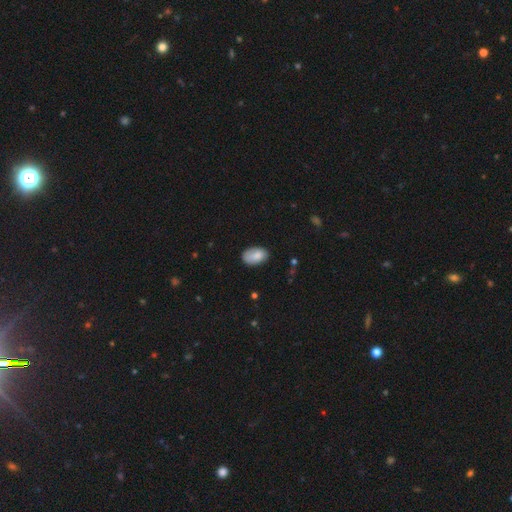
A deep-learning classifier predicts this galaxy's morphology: Smooth or featured: smooth — 82% (featured or disk — 11%)
How rounded: in between — 92% (round — 7%)
Merging: none — 75% (minor disturbance — 19%)